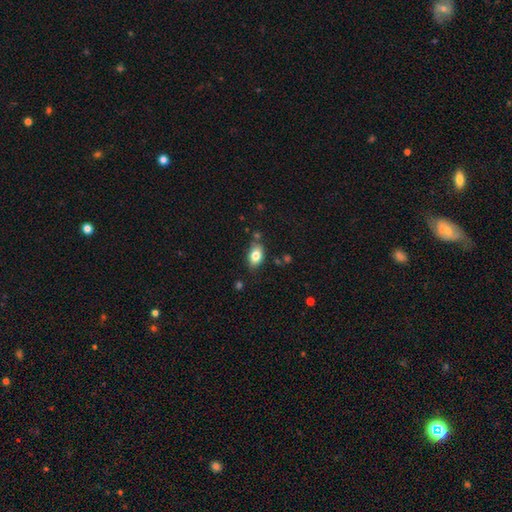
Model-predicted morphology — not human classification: Q: Smooth or featured?
A: smooth (81%); runner-up: featured or disk (11%)
Q: How rounded?
A: in between (87%); runner-up: round (10%)
Q: Merging?
A: none (77%); runner-up: minor disturbance (16%)